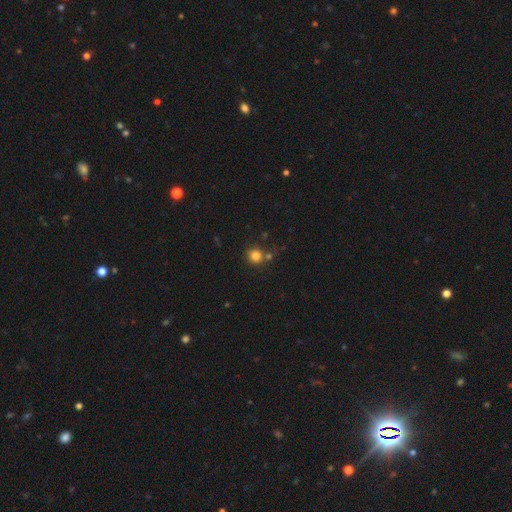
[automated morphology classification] smooth_or_featured: smooth (p=0.82) [alt: star or artifact p=0.12]
how_rounded: round (p=0.90) [alt: in between p=0.09]
merging: none (p=0.71) [alt: merger p=0.16]